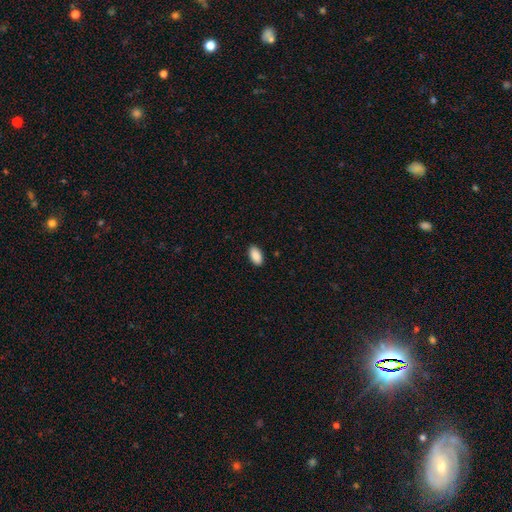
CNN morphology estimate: Smooth or featured: smooth — 91% (star or artifact — 7%)
How rounded: in between — 95% (round — 3%)
Merging: none — 90% (minor disturbance — 8%)